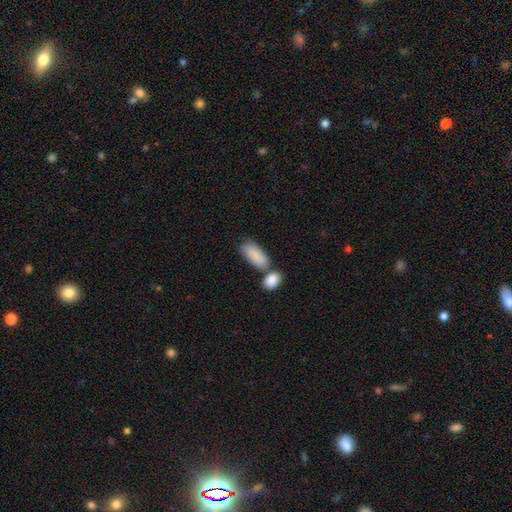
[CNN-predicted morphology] This is clearly a smooth galaxy (84%). How rounded: clearly in between (89%). Merging: marginally none (45%).